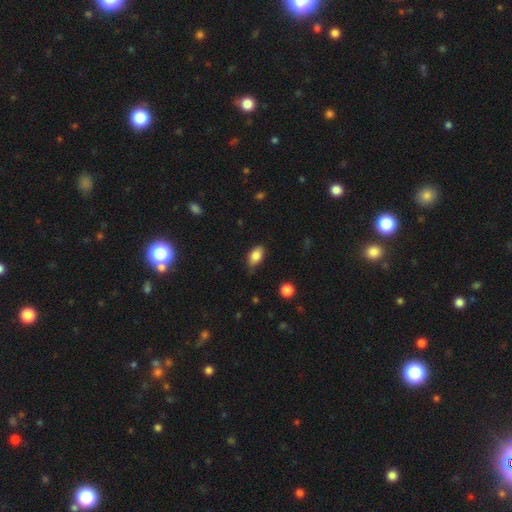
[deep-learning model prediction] smooth-or-featured: smooth: 83% | featured or disk: 9% | star or artifact: 8%
  how-rounded: in between: 90% | round: 6% | cigar-shaped: 4%
  merging: none: 72% | minor disturbance: 23% | major disturbance: 4% | merger: 1%